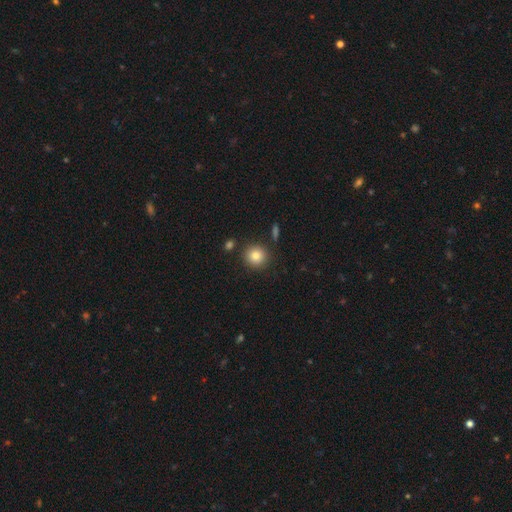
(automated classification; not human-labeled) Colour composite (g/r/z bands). It shows a smooth galaxy with no disk features (83%) that is round (91%). Merging: none (86%).